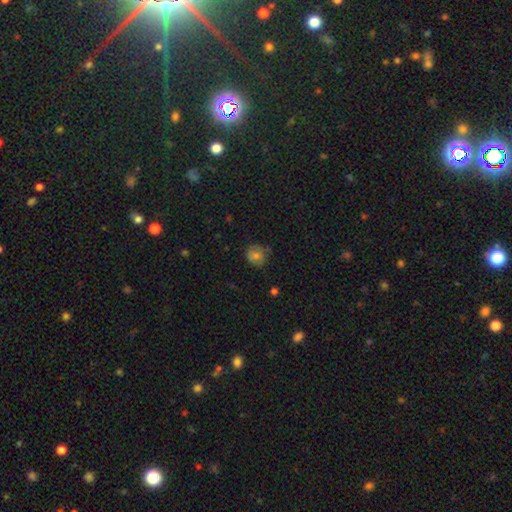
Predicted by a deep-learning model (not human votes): Smooth or featured?
  - smooth: 69% *
  - featured or disk: 21%
  - star or artifact: 10%
How rounded?
  - round: 80% *
  - in between: 19%
  - cigar-shaped: 1%
Merging?
  - none: 67% *
  - minor disturbance: 24%
  - major disturbance: 6%
  - merger: 3%